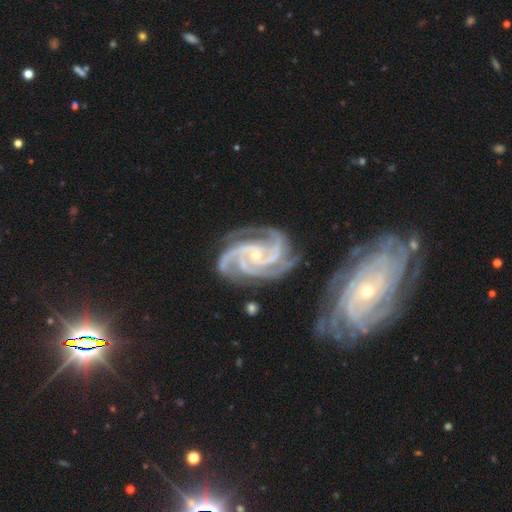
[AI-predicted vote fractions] Smooth or featured? featured or disk (93%)
Edge-on disk? no (98%)
Bar? no (59%)
Spiral arms? yes (99%)
Spiral winding? tight (51%)
Spiral arm count? 3 (48%)
Bulge size? small (74%)
Merging? none (63%)